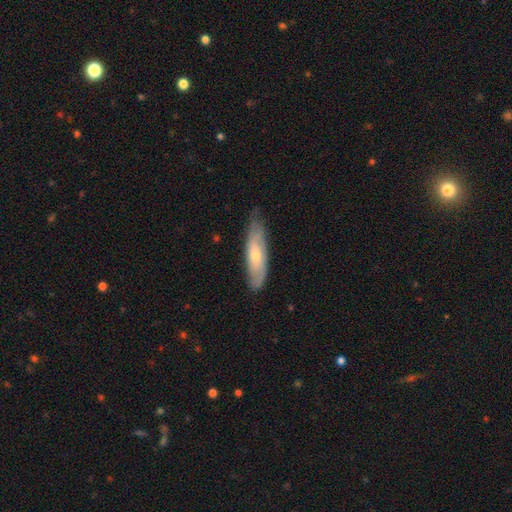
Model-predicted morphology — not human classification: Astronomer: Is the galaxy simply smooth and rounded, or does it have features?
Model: smooth — 49% (runner-up: featured or disk, 45%).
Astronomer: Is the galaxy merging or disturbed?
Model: none — 69%.